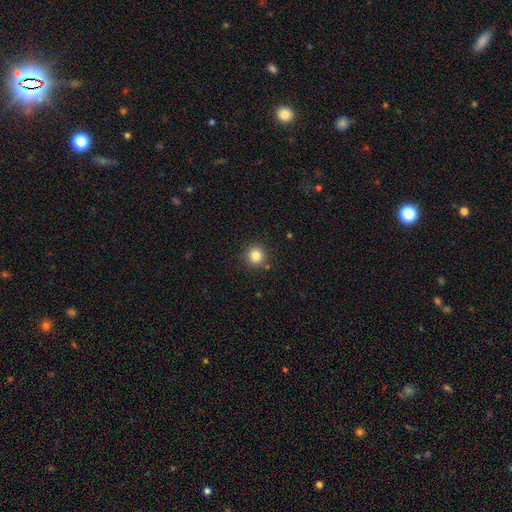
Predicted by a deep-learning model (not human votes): Q: Smooth or featured?
A: smooth (83%); runner-up: star or artifact (11%)
Q: How rounded?
A: round (93%); runner-up: in between (6%)
Q: Merging?
A: none (87%); runner-up: minor disturbance (8%)